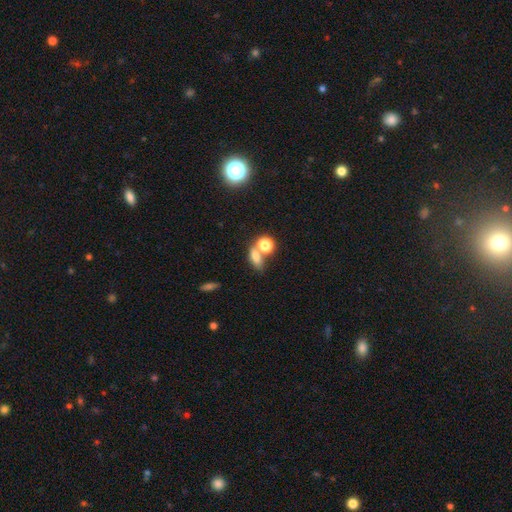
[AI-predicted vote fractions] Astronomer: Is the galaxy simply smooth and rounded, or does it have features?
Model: smooth — 73%.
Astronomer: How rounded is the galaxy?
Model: in between — 58% (runner-up: round, 34%).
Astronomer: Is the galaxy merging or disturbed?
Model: none — 43% (runner-up: merger, 41%).